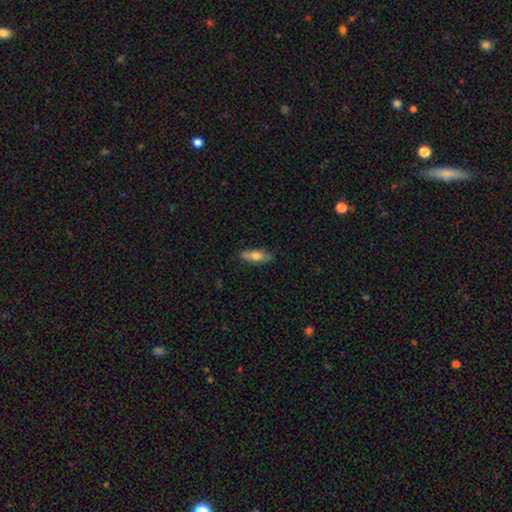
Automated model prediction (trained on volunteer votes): smooth_or_featured: smooth (p=0.67) [alt: featured or disk p=0.26]
how_rounded: in between (p=0.66) [alt: cigar-shaped p=0.32]
merging: none (p=0.77) [alt: minor disturbance p=0.17]